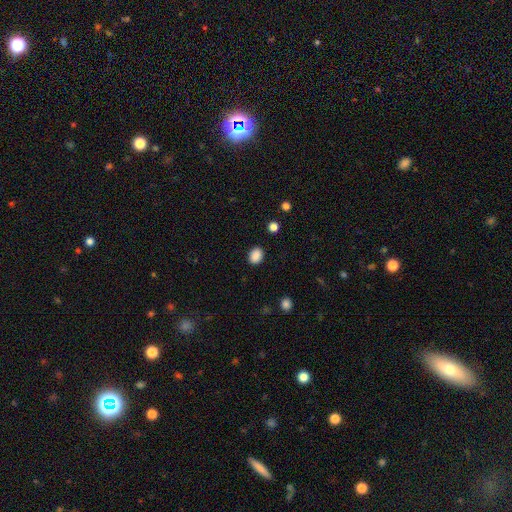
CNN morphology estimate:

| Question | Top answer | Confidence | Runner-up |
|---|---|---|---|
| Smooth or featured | smooth | 88% | star or artifact (9%) |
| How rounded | in between | 59% | round (40%) |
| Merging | none | 88% | minor disturbance (8%) |